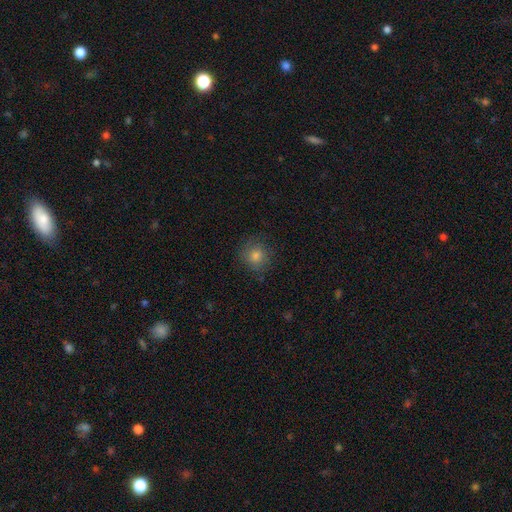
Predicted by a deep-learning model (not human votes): Q: Smooth or featured?
A: smooth (76%); runner-up: star or artifact (15%)
Q: How rounded?
A: round (90%); runner-up: in between (9%)
Q: Merging?
A: none (84%); runner-up: minor disturbance (11%)